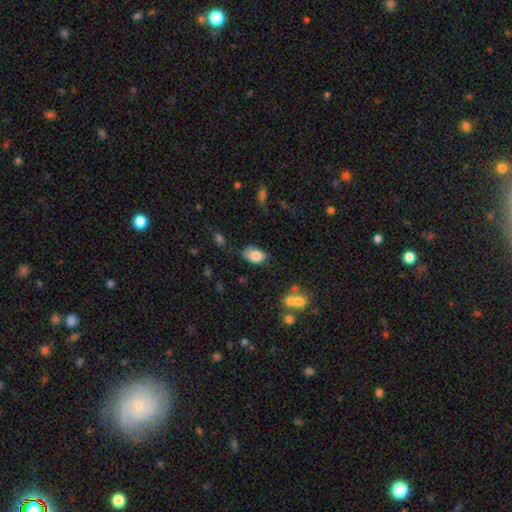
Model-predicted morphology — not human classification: Q: Smooth or featured?
A: smooth (82%); runner-up: featured or disk (10%)
Q: How rounded?
A: in between (87%); runner-up: round (11%)
Q: Merging?
A: none (63%); runner-up: minor disturbance (27%)